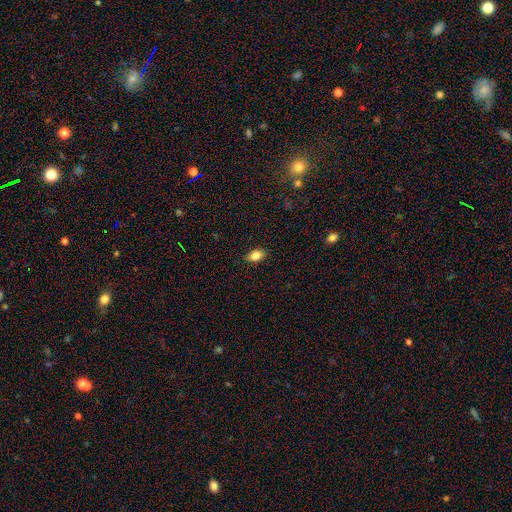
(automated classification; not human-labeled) Morphology: type=smooth (85%); roundness=in between (89%); merging=none (87%).